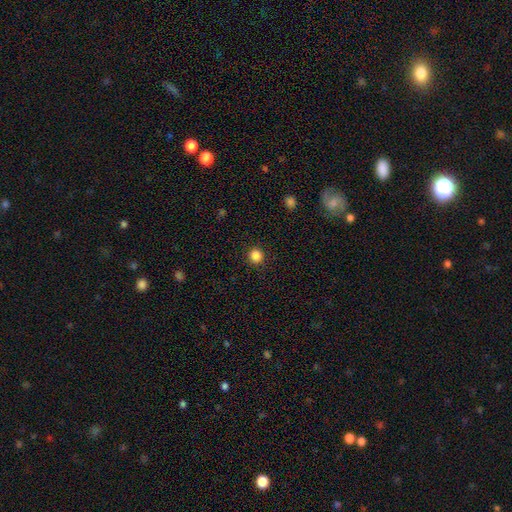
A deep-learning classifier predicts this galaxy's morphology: smooth_or_featured: smooth (p=0.86) [alt: star or artifact p=0.11]
how_rounded: round (p=0.94) [alt: in between p=0.05]
merging: none (p=0.92) [alt: minor disturbance p=0.05]